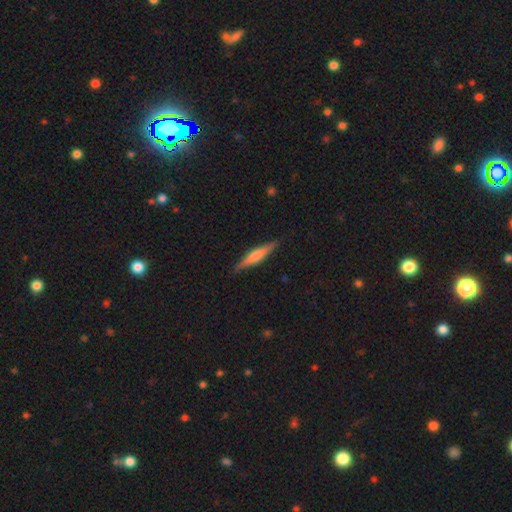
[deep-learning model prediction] This is possibly a featured or disk galaxy (49%). Merging: clearly none (88%).